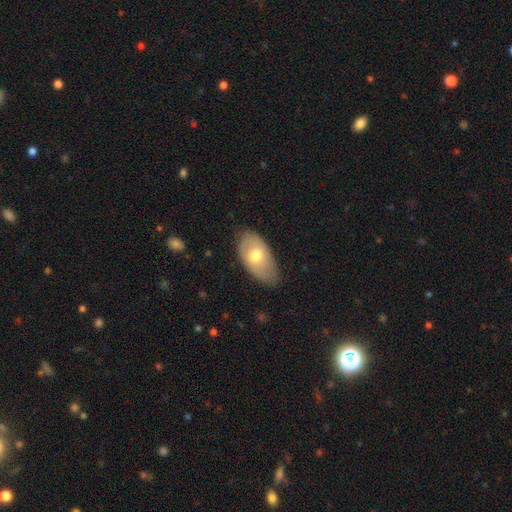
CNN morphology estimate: A smooth galaxy with no disk features (63%) that is in between round and cigar-shaped (93%).

Vote fractions:
- Smooth or featured? smooth: 63% / featured or disk: 31% / star or artifact: 7%
- How rounded? in between: 93% / round: 5% / cigar-shaped: 2%
- Merging? none: 67% / minor disturbance: 27% / major disturbance: 5% / merger: 1%